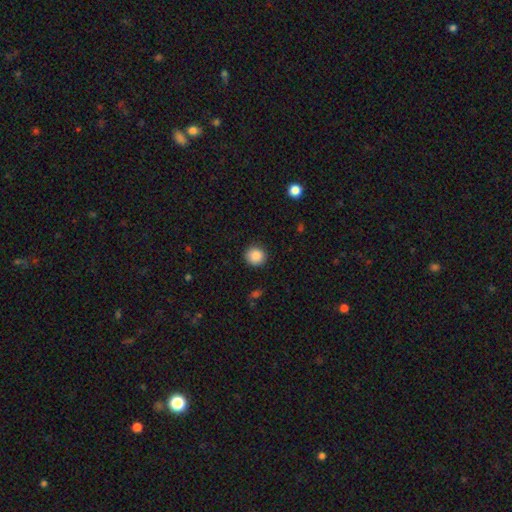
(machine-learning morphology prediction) Smooth or featured? Predicted: smooth (p=0.88). How rounded? Predicted: round (p=0.93). Merging? Predicted: none (p=0.90).